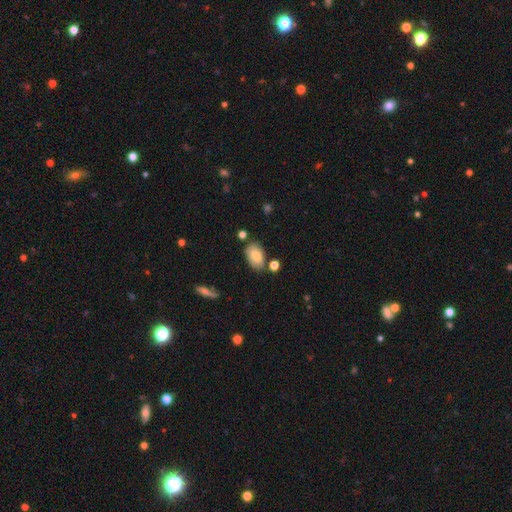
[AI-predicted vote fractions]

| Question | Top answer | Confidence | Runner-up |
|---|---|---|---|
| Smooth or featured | smooth | 80% | featured or disk (12%) |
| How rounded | in between | 91% | round (8%) |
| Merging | none | 74% | minor disturbance (15%) |